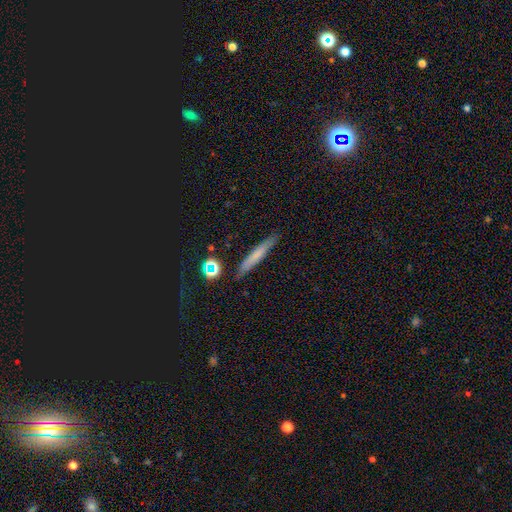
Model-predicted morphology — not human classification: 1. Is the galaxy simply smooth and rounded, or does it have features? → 61% smooth, 29% featured or disk, 11% star or artifact.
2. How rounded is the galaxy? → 93% cigar-shaped, 5% in between, 2% round.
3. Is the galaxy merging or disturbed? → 86% none, 9% minor disturbance, 2% major disturbance, 2% merger.